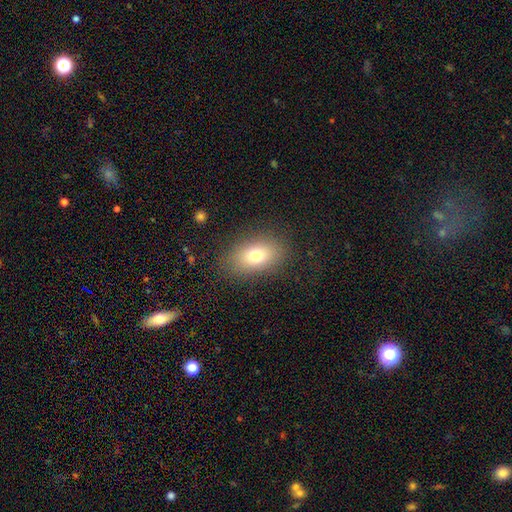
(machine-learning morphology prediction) type=smooth (75%); roundness=in between (82%); merging=none (84%).